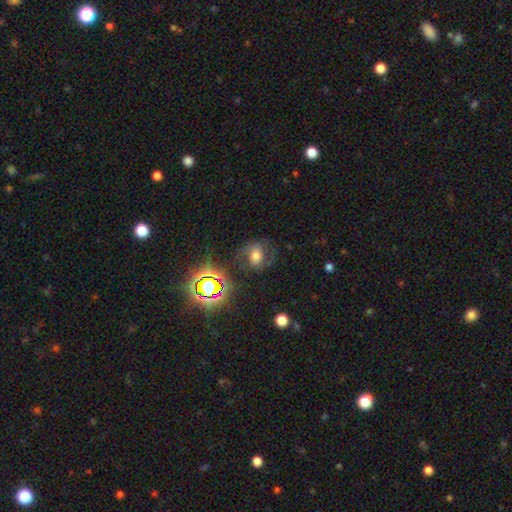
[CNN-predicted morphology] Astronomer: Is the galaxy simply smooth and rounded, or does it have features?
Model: smooth — 41% (runner-up: featured or disk, 37%).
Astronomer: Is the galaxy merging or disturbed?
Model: none — 66%.